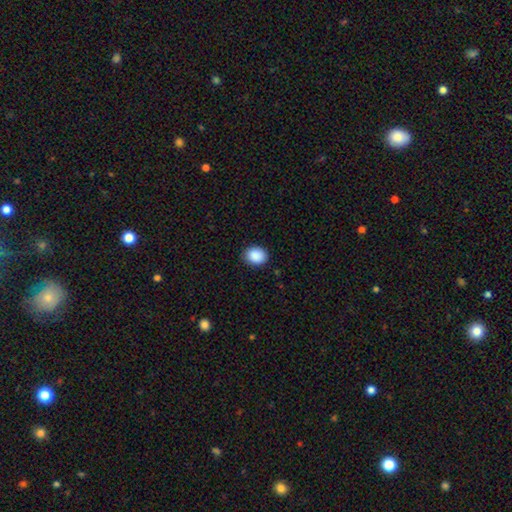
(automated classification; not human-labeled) Smooth or featured? Predicted: smooth (p=0.90). How rounded? Predicted: round (p=0.51). Merging? Predicted: none (p=0.88).